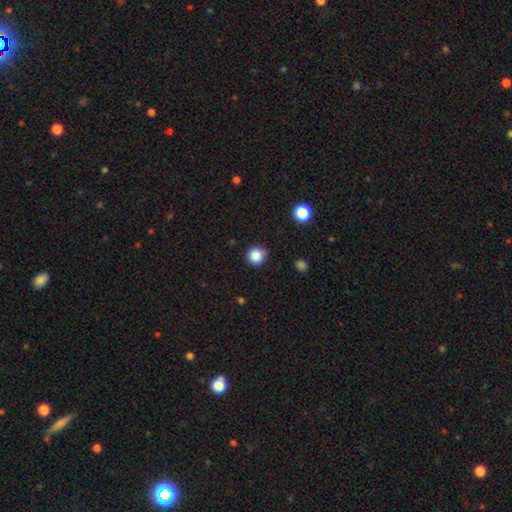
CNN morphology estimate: Smooth or featured? smooth (85%)
How rounded? round (91%)
Merging? none (83%)